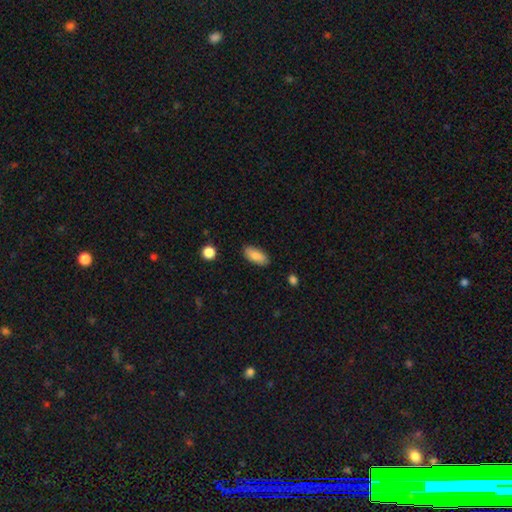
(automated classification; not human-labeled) smooth_or_featured: smooth (p=0.85) [alt: featured or disk p=0.08]
how_rounded: in between (p=0.88) [alt: cigar-shaped p=0.10]
merging: none (p=0.87) [alt: minor disturbance p=0.10]